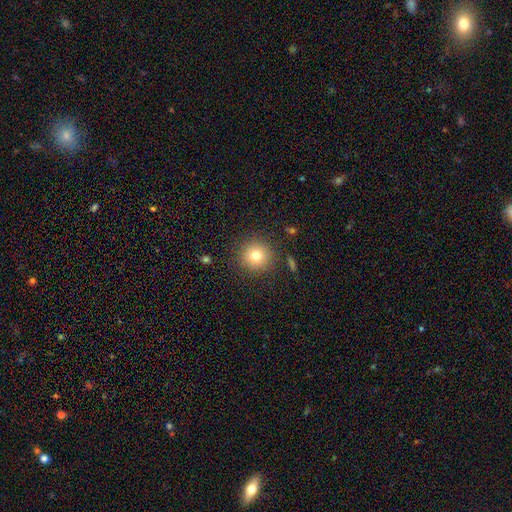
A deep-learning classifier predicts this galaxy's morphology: A smooth galaxy with no disk features (77%) that is round (95%). Merging: none (89%).